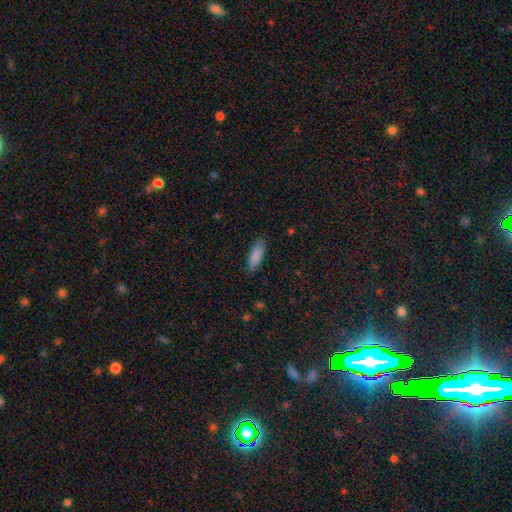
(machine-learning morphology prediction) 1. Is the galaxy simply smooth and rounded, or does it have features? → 86% smooth, 8% featured or disk, 6% star or artifact.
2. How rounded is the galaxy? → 62% in between, 37% cigar-shaped, 2% round.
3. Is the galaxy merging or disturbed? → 82% none, 14% minor disturbance, 3% major disturbance, 1% merger.